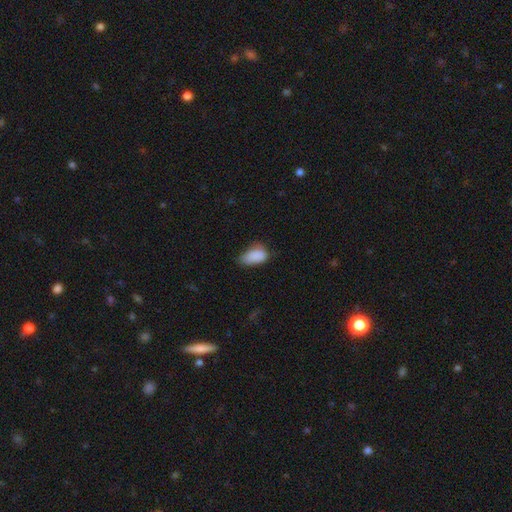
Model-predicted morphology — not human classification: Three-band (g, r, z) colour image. It shows a smooth galaxy with no disk features (85%) that is in between round and cigar-shaped (92%). Merging: minor disturbance (43%).